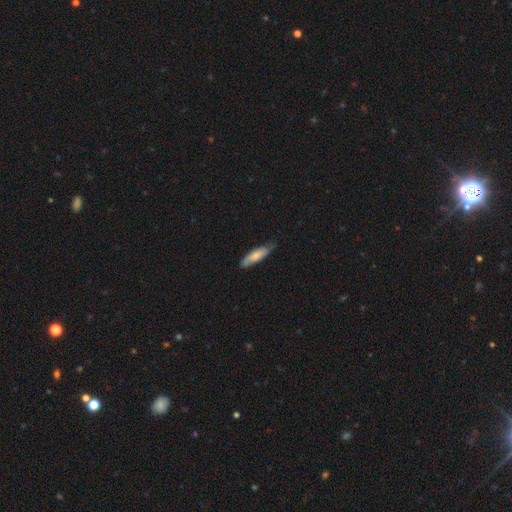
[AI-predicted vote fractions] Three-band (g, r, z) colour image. It shows a smooth galaxy with no disk features (69%) that is cigar-shaped (64%). Merging: none (72%).